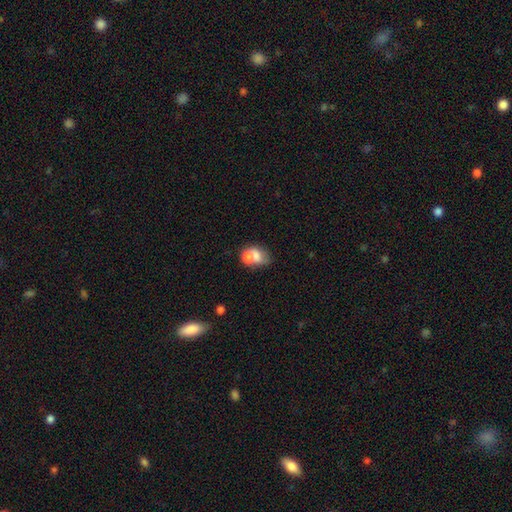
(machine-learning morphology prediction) A smooth galaxy with no disk features (64%) that is in between round and cigar-shaped (61%). Merging: merger (58%).